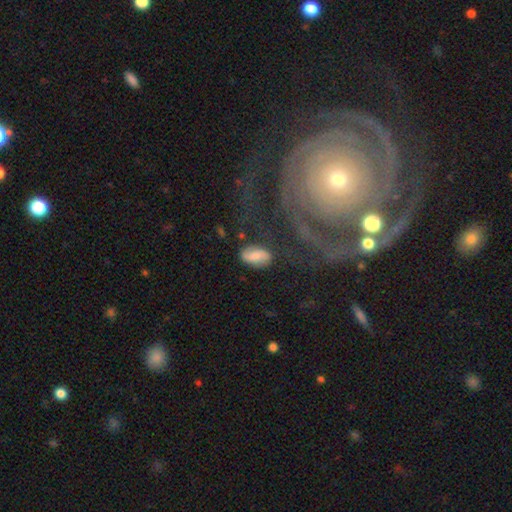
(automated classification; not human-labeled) This is likely a smooth galaxy (63%). How rounded: clearly in between (90%). Merging: likely none (69%).